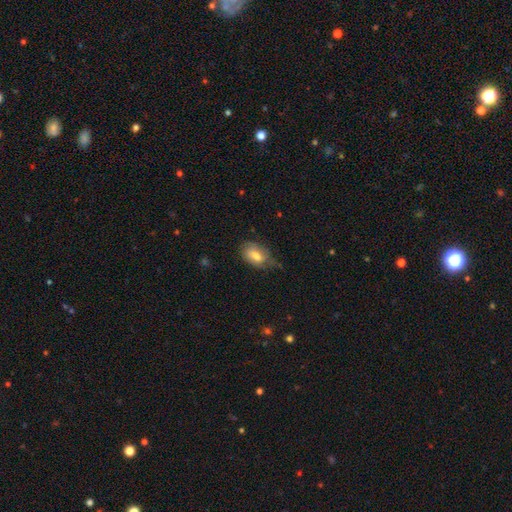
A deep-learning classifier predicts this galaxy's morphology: smooth 74%, featured or disk 18%, star or artifact 8%. Down the decision tree: how rounded — in between (89%); merging — none (50%).